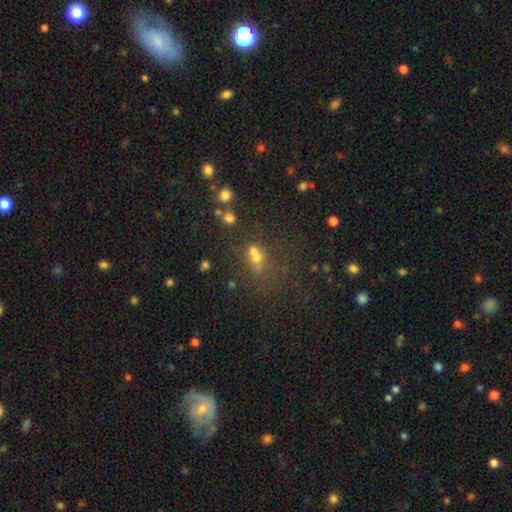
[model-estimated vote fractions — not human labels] A smooth galaxy with no disk features (52%) that is round (59%).

Vote fractions:
- Smooth or featured? smooth: 52% / star or artifact: 31% / featured or disk: 17%
- How rounded? round: 59% / in between: 38% / cigar-shaped: 4%
- Merging? merger: 44% / none: 38% / minor disturbance: 10% / major disturbance: 8%